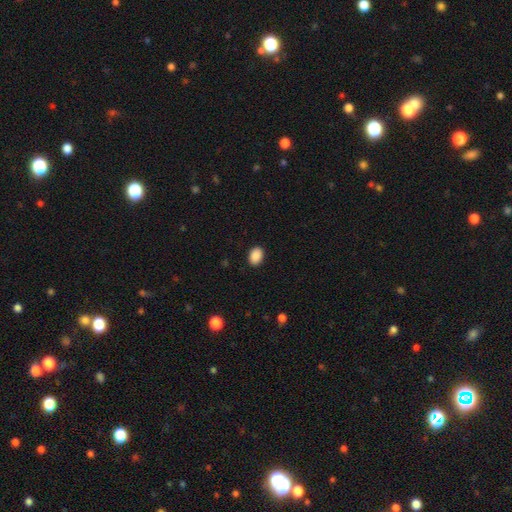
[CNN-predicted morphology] The model was most divided on "how rounded": in between: 78%, round: 21%, cigar-shaped: 1%. More confident: merging — none (90%); smooth or featured — smooth (90%).